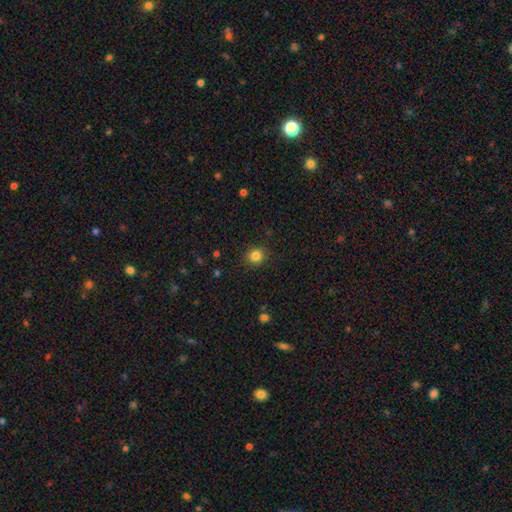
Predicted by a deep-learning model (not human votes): Q: Smooth or featured?
A: smooth (84%); runner-up: star or artifact (11%)
Q: How rounded?
A: round (86%); runner-up: in between (13%)
Q: Merging?
A: none (87%); runner-up: minor disturbance (10%)